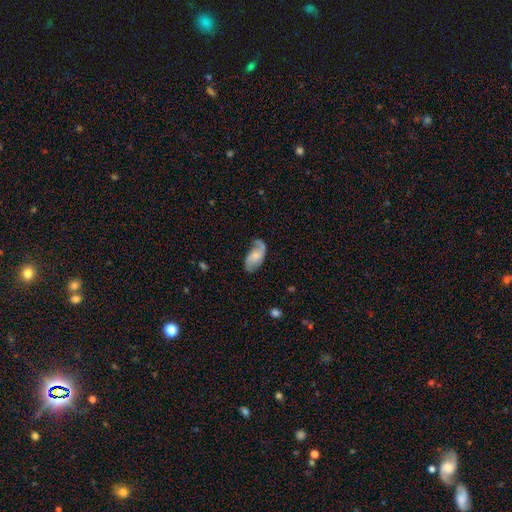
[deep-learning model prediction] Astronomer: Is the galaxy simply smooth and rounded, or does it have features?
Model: featured or disk — 60%.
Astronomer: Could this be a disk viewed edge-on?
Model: no — 96%.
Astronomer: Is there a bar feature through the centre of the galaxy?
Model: no — 60%.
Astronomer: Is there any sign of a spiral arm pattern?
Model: yes — 90%.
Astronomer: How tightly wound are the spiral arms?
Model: loose — 46% (runner-up: medium, 37%).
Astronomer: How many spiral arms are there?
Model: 2 — 66%.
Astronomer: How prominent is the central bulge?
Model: small — 43% (runner-up: moderate, 31%).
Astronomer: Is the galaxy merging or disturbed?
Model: none — 54%.